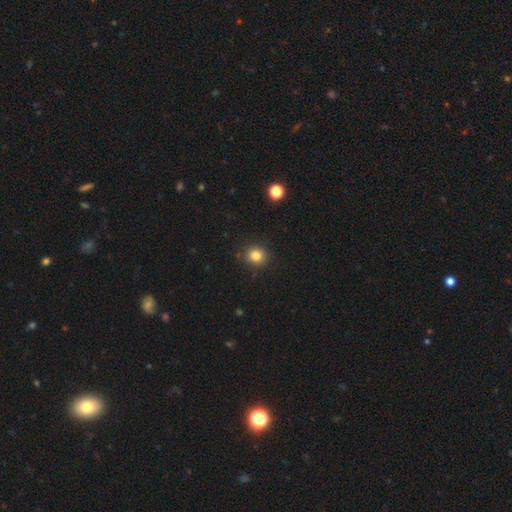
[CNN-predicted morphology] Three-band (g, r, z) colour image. It shows a smooth galaxy with no disk features (82%) that is round (85%). Merging: none (89%).